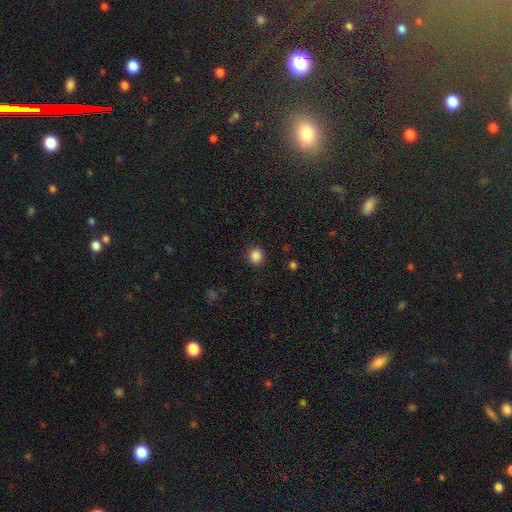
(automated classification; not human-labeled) A smooth galaxy with no disk features (86%) that is round (87%).

Vote fractions:
- Smooth or featured? smooth: 86% / star or artifact: 11% / featured or disk: 3%
- How rounded? round: 87% / in between: 12% / cigar-shaped: 1%
- Merging? none: 90% / minor disturbance: 6% / major disturbance: 2% / merger: 1%